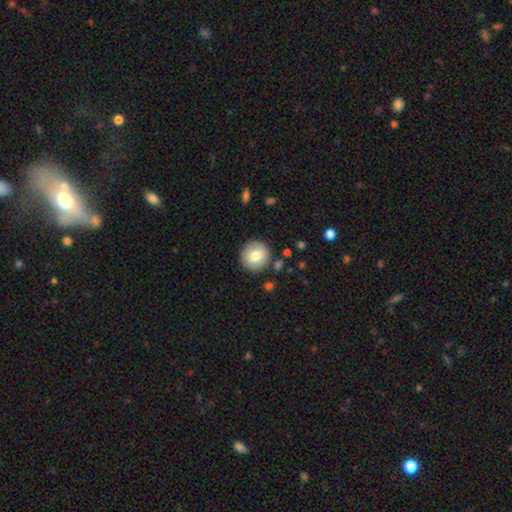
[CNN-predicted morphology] Smooth or featured? Predicted: smooth (p=0.78). How rounded? Predicted: round (p=0.94). Merging? Predicted: none (p=0.88).